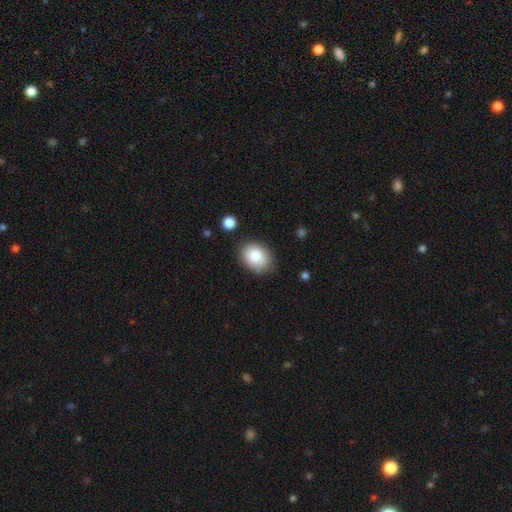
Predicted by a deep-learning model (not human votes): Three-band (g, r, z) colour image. It shows a smooth galaxy with no disk features (82%) that is in between round and cigar-shaped (65%). Merging: none (77%).